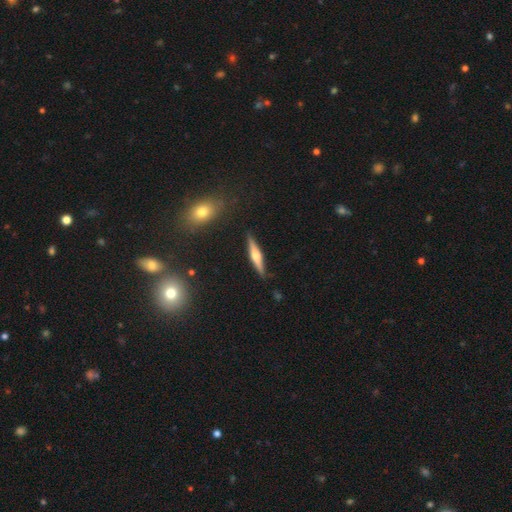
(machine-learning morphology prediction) type=featured or disk (63%); edge-on=yes (97%); edge-on bulge=rounded (90%); merging=none (89%).